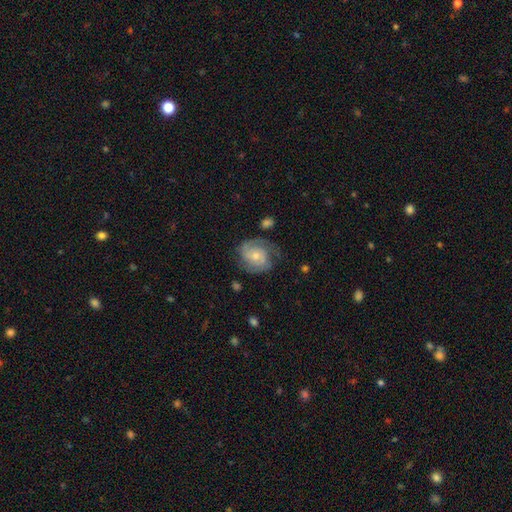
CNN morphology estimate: Smooth or featured? Predicted: featured or disk (p=0.75). Edge-on disk? Predicted: no (p=0.98). Bar? Predicted: no (p=0.68). Spiral arms? Predicted: yes (p=0.93). Spiral winding? Predicted: tight (p=0.47). Spiral arm count? Predicted: 2 (p=0.59). Bulge size? Predicted: small (p=0.52). Merging? Predicted: none (p=0.64).